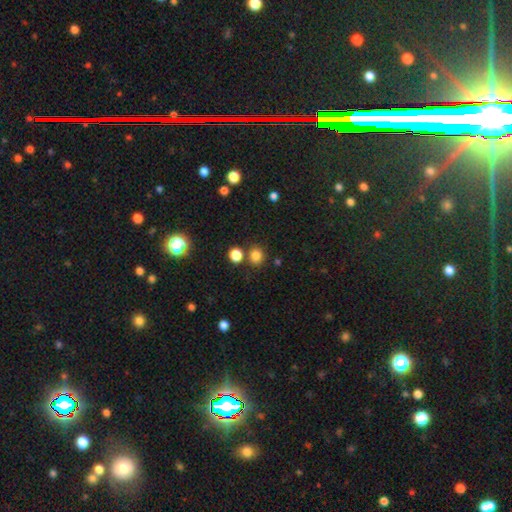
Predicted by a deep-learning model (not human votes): smooth-or-featured: smooth: 80% | star or artifact: 15% | featured or disk: 5%
  how-rounded: round: 79% | in between: 20% | cigar-shaped: 1%
  merging: none: 77% | merger: 12% | minor disturbance: 8% | major disturbance: 3%